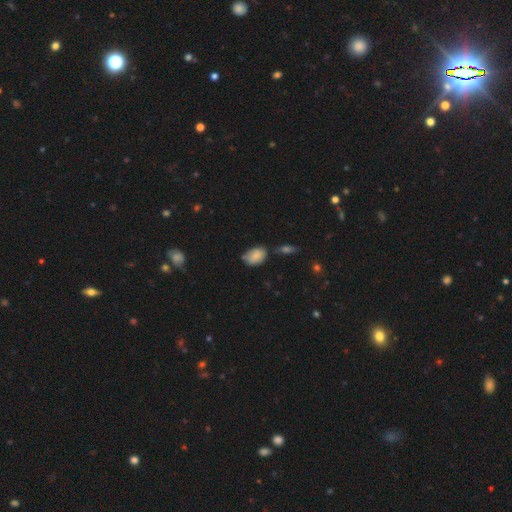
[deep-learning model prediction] Smooth or featured? Predicted: smooth (p=0.80). How rounded? Predicted: in between (p=0.83). Merging? Predicted: none (p=0.54).